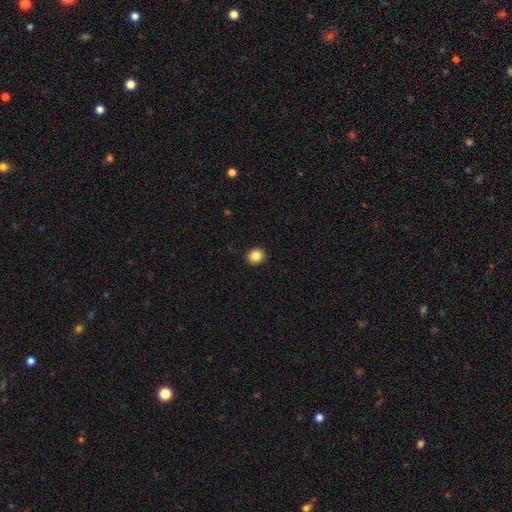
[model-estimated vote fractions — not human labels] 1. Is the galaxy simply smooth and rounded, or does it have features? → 86% smooth, 10% star or artifact, 4% featured or disk.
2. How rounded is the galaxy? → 78% round, 21% in between, 1% cigar-shaped.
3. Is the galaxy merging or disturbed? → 92% none, 5% minor disturbance, 2% major disturbance, 1% merger.